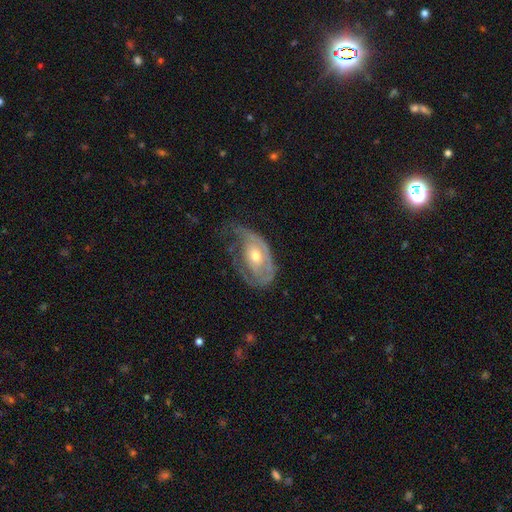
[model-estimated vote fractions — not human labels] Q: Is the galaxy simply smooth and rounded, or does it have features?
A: featured or disk — 72%.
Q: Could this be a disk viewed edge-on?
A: no — 94%.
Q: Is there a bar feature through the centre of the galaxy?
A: no — 75%.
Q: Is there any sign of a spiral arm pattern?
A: yes — 73%.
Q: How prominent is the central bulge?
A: moderate — 64%.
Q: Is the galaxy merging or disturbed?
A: none — 35%.